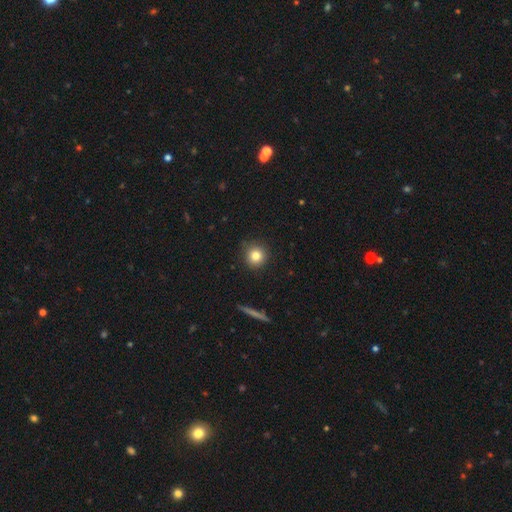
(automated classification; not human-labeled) Smooth or featured: smooth — 81% (star or artifact — 11%)
How rounded: round — 94% (in between — 5%)
Merging: none — 89% (minor disturbance — 8%)